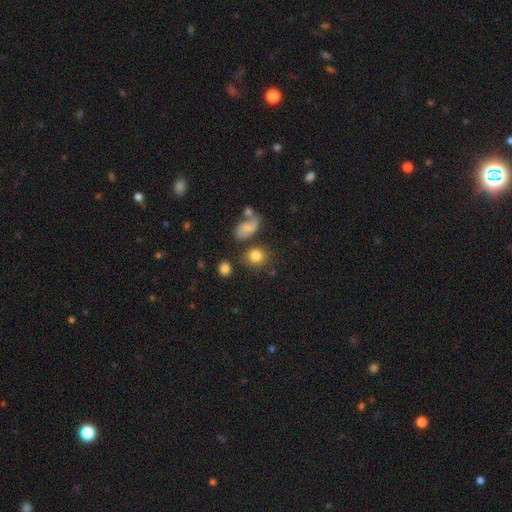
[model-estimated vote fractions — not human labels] Smooth or featured? smooth (79%)
How rounded? round (72%)
Merging? none (69%)